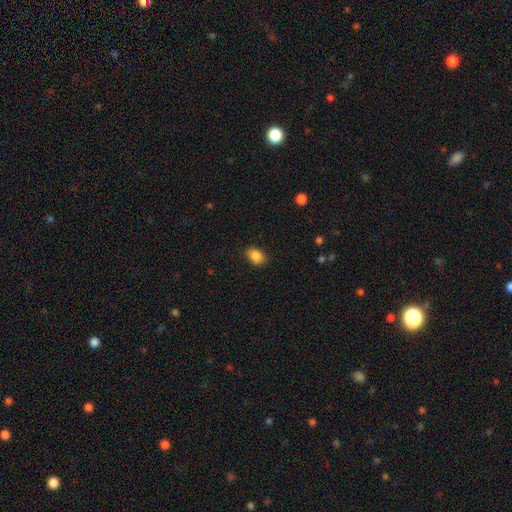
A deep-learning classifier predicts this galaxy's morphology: A smooth galaxy with no disk features (87%) that is in between round and cigar-shaped (70%). Merging: none (82%).